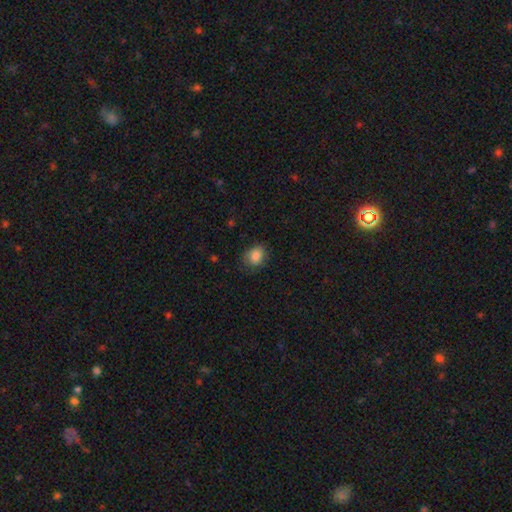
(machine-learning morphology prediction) The model was most divided on "how rounded": in between: 58%, round: 41%, cigar-shaped: 1%. More confident: smooth or featured — smooth (84%); merging — none (72%).